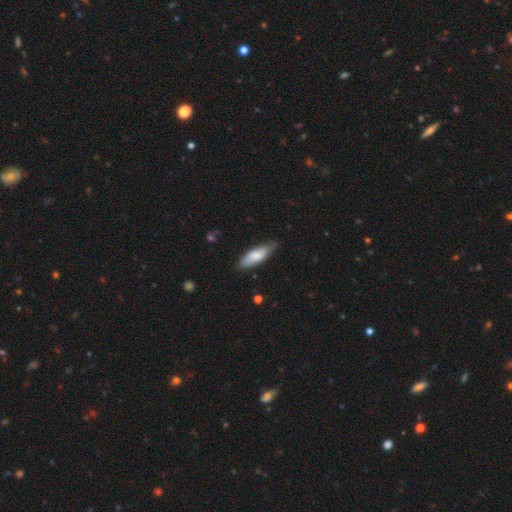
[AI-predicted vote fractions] This appears to be a smooth galaxy with no disk features (78%) that is in between round and cigar-shaped (58%). Merging: none (77%).